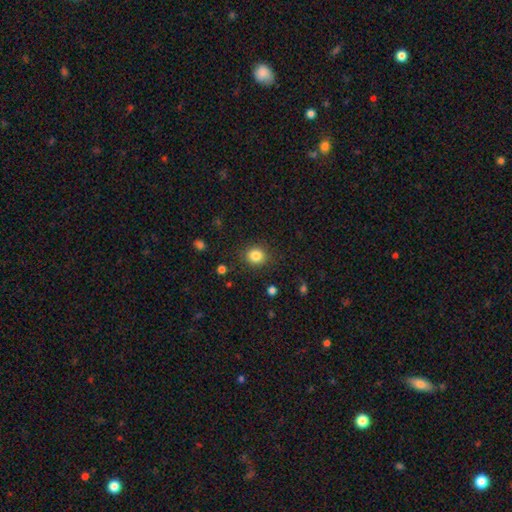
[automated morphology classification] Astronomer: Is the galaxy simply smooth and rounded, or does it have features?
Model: smooth — 84%.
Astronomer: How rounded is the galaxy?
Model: round — 81%.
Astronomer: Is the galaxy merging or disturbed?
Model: none — 87%.